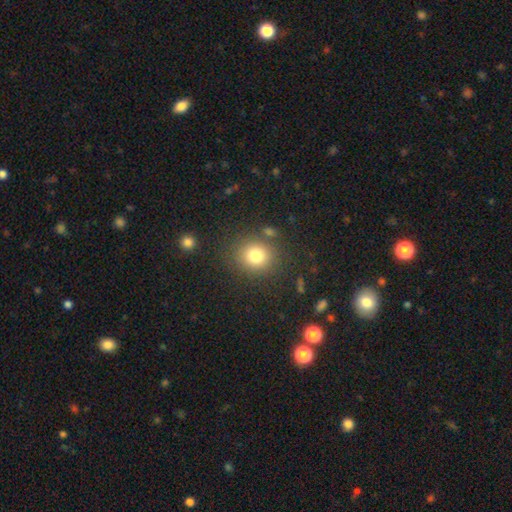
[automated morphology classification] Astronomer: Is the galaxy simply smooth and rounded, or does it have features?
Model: smooth — 79%.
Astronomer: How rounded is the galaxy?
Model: round — 83%.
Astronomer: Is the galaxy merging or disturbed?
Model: none — 83%.